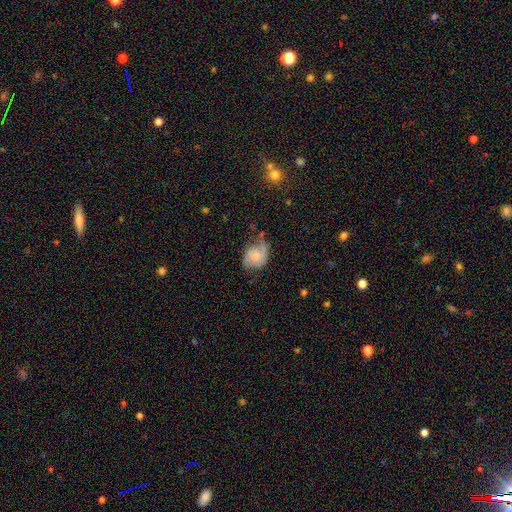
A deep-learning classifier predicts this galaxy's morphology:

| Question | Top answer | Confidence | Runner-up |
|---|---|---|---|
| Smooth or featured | featured or disk | 63% | smooth (30%) |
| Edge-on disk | no | 97% | yes (3%) |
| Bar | no | 68% | weak (28%) |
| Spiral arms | yes | 89% | no (11%) |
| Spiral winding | medium | 43% | loose (31%) |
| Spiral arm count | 2 | 66% | 1 (20%) |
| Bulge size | moderate | 46% | small (40%) |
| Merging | none | 47% | minor disturbance (32%) |